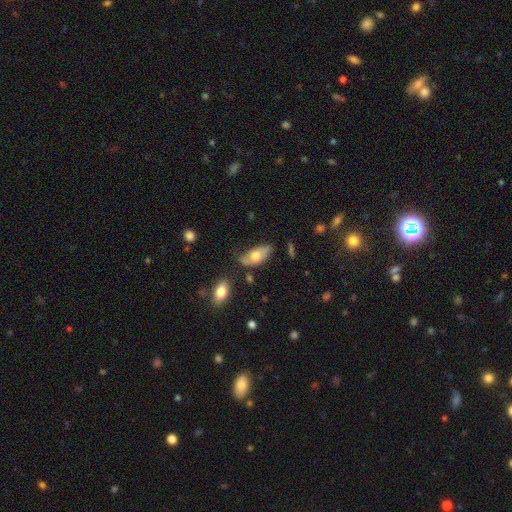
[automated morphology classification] smooth-or-featured: smooth: 62% | featured or disk: 31% | star or artifact: 7%
  how-rounded: in between: 90% | cigar-shaped: 7% | round: 3%
  merging: none: 50% | minor disturbance: 33% | major disturbance: 11% | merger: 6%